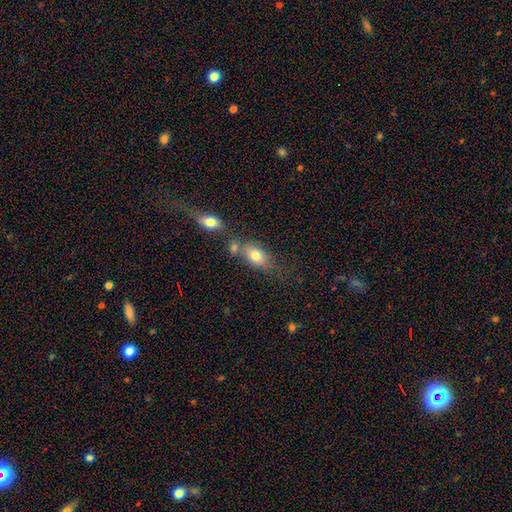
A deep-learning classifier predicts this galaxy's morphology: The model was most divided on "merging": none: 44%, merger: 33%, minor disturbance: 16%, major disturbance: 7%. More confident: how rounded — in between (83%); smooth or featured — smooth (77%).